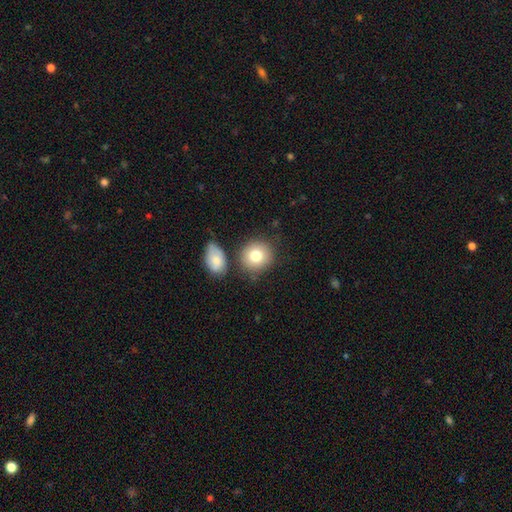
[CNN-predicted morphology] type=smooth (79%); roundness=round (81%); merging=none (71%).